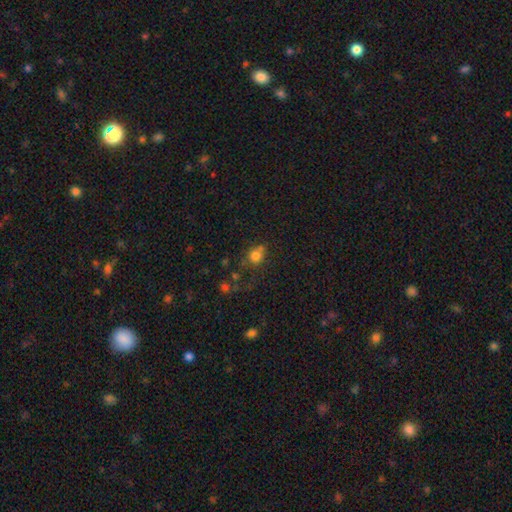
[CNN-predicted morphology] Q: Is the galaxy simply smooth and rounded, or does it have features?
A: smooth — 78%.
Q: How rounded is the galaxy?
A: round — 71%.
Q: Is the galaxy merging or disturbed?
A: none — 50%.